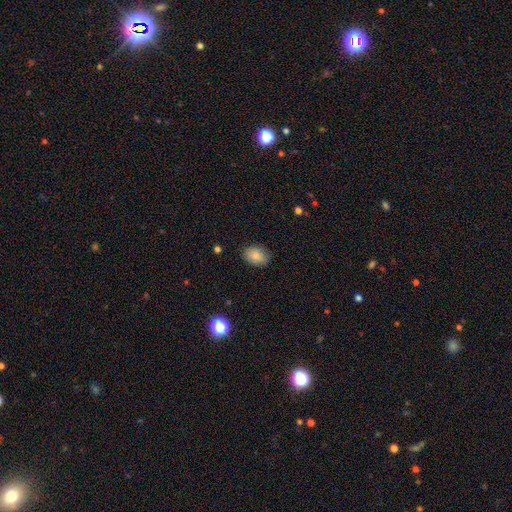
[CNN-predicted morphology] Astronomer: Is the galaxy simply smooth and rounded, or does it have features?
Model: smooth — 86%.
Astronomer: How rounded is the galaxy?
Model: in between — 76%.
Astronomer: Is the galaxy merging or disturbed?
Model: none — 84%.